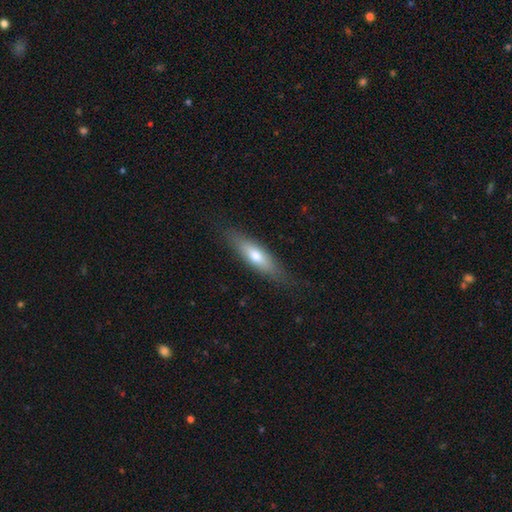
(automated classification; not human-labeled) Smooth or featured? smooth (62%)
How rounded? cigar-shaped (61%)
Merging? none (82%)